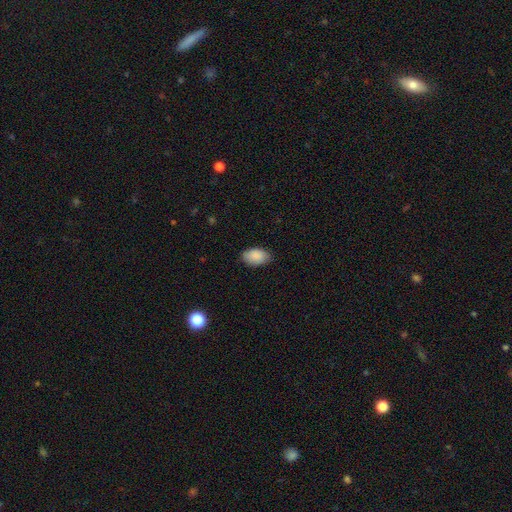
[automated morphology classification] Smooth or featured: smooth — 89% (star or artifact — 7%)
How rounded: in between — 93% (round — 6%)
Merging: none — 82% (minor disturbance — 14%)